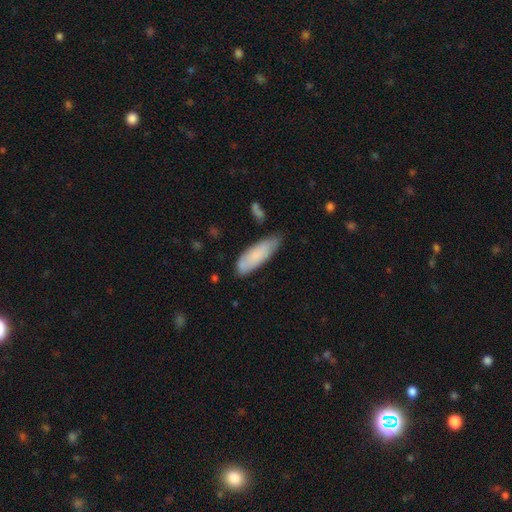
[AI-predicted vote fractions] This is likely a smooth galaxy (80%). How rounded: possibly in between (56%). Merging: likely none (61%).